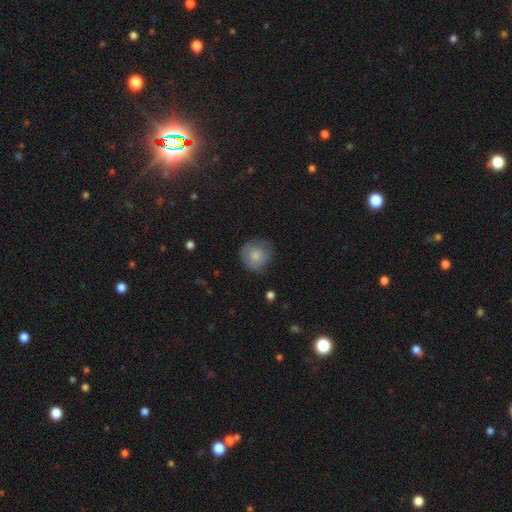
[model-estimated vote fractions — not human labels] Smooth or featured: smooth — 79% (featured or disk — 13%)
How rounded: round — 90% (in between — 9%)
Merging: none — 72% (minor disturbance — 21%)